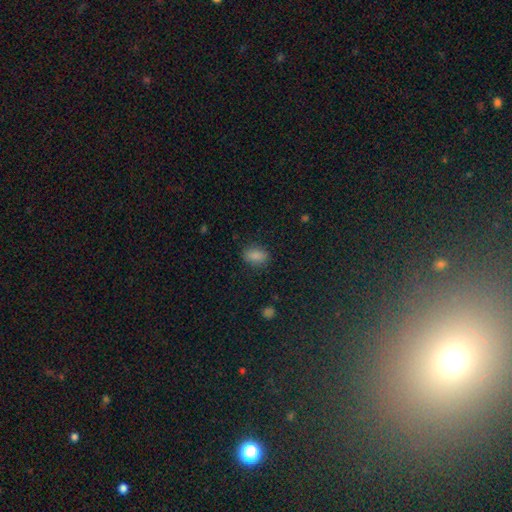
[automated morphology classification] Smooth or featured? smooth (85%)
How rounded? in between (82%)
Merging? none (84%)